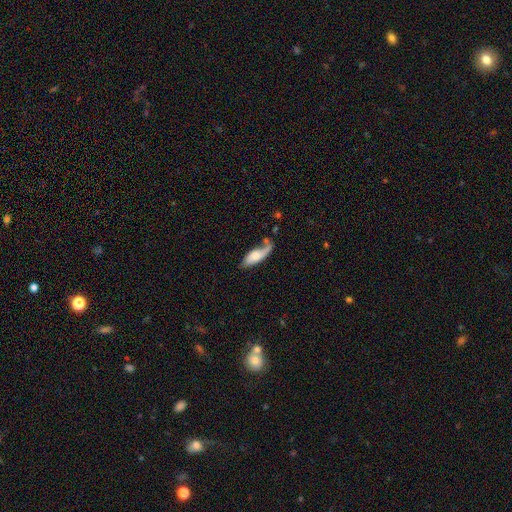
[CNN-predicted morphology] Smooth or featured?
  - smooth: 57% *
  - featured or disk: 36%
  - star or artifact: 6%
How rounded?
  - in between: 62% *
  - cigar-shaped: 35%
  - round: 3%
Merging?
  - none: 39% *
  - minor disturbance: 26%
  - major disturbance: 19%
  - merger: 16%